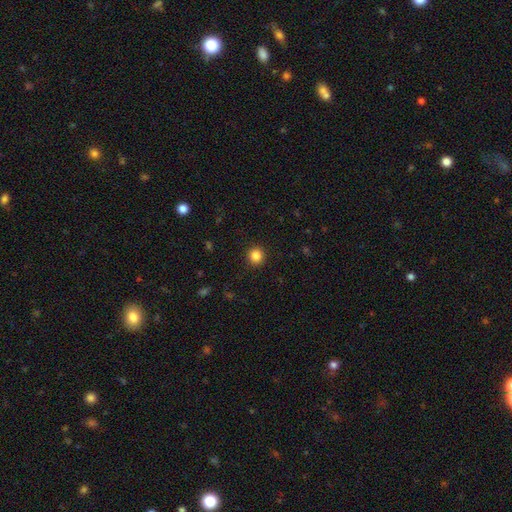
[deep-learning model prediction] This appears to be a smooth galaxy with no disk features (85%) that is round (92%). Merging: none (92%).